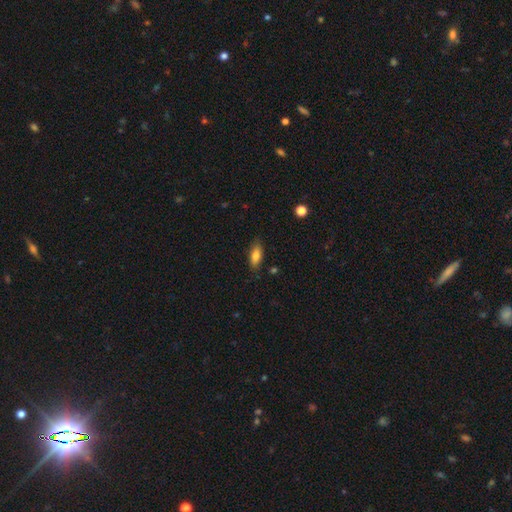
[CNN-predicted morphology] This appears to be a smooth galaxy with no disk features (80%) that is in between round and cigar-shaped (78%). Merging: none (82%).